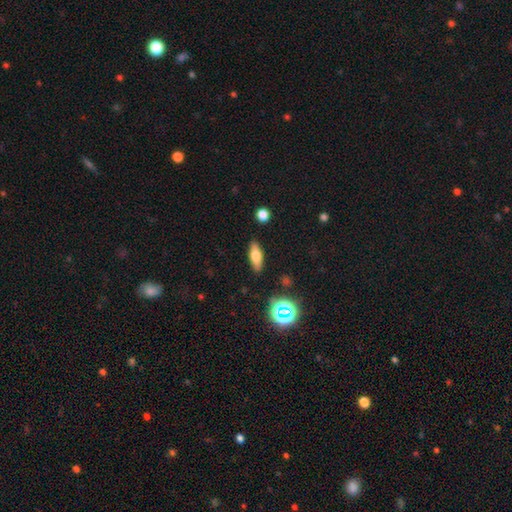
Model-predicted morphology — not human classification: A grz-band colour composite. It shows a smooth galaxy with no disk features (65%) that is in between round and cigar-shaped (60%). Merging: none (88%).